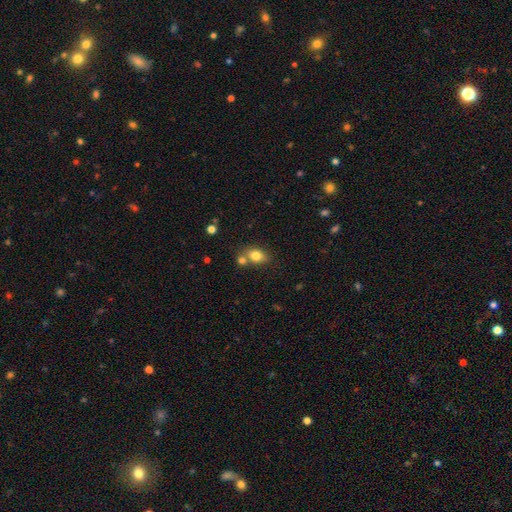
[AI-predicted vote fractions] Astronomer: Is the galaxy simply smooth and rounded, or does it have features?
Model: smooth — 80%.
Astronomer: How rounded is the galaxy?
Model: in between — 68%.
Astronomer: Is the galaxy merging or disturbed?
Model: none — 56%.